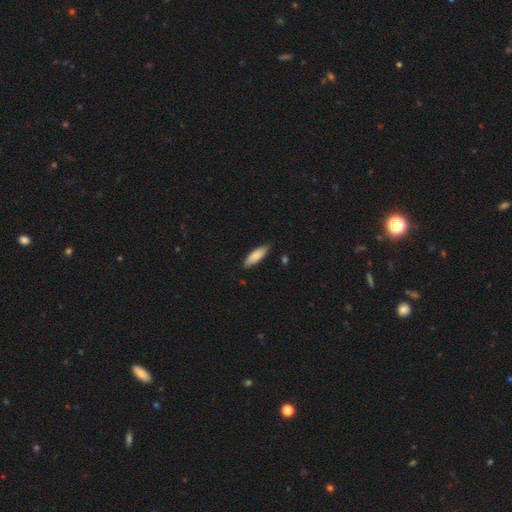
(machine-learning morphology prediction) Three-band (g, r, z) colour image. It shows a smooth galaxy with no disk features (83%) that is in between round and cigar-shaped (53%). Merging: none (80%).